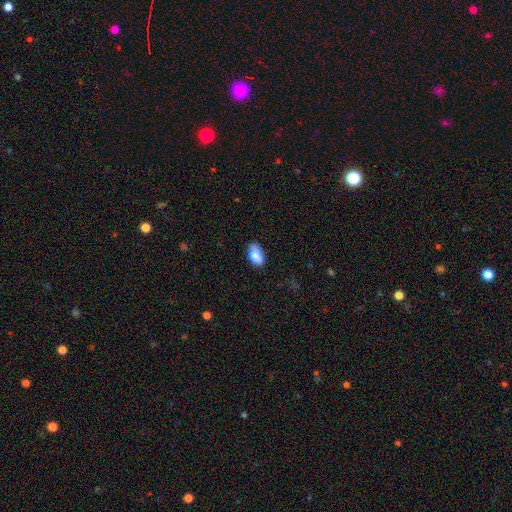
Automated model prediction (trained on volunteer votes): A smooth galaxy with no disk features (82%) that is in between round and cigar-shaped (92%). Merging: none (73%).